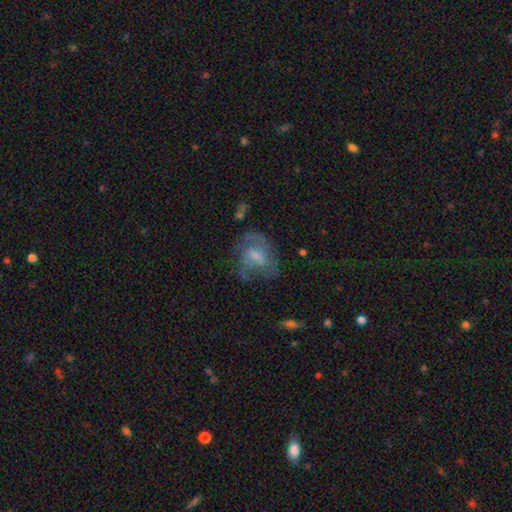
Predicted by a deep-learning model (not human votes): This appears to be a featured or disk galaxy (63%) with a weak bar (48%), spiral arms (72%) and a moderate central bulge (41%). Merging: none (49%).